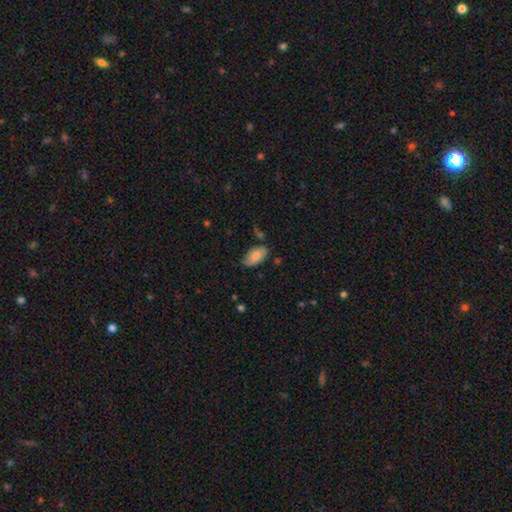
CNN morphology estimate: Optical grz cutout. It shows a smooth galaxy with no disk features (81%) that is in between round and cigar-shaped (94%). Merging: none (67%).